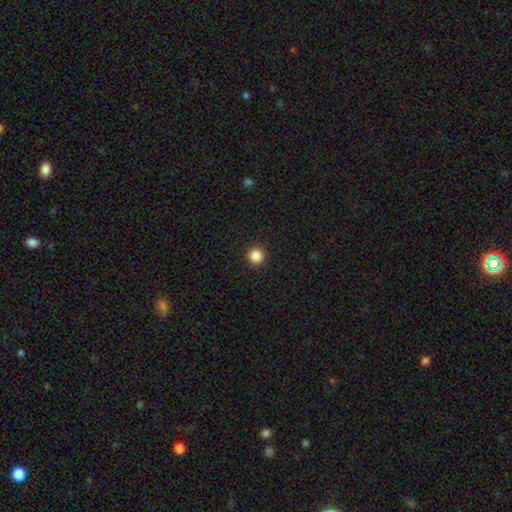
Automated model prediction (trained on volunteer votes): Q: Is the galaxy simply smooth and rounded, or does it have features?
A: smooth — 86%.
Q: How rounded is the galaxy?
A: round — 96%.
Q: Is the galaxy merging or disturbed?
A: none — 93%.